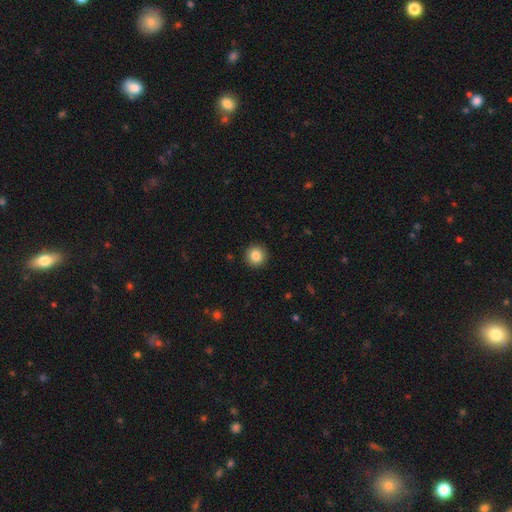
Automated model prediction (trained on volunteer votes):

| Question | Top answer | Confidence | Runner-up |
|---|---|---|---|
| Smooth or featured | smooth | 86% | star or artifact (9%) |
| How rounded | round | 95% | in between (4%) |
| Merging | none | 93% | minor disturbance (5%) |